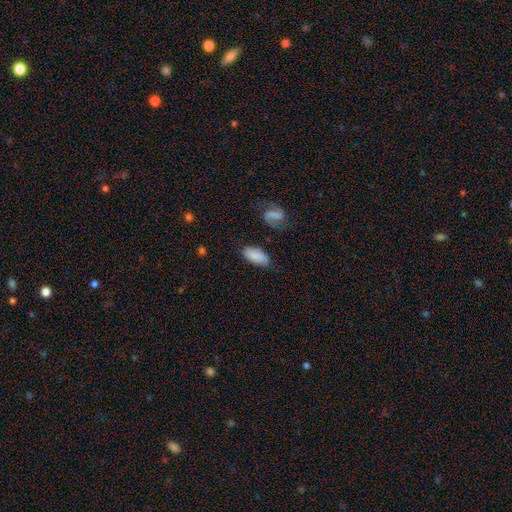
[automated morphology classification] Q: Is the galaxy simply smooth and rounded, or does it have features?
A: smooth — 80%.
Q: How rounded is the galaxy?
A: in between — 91%.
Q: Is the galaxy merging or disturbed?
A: none — 71%.